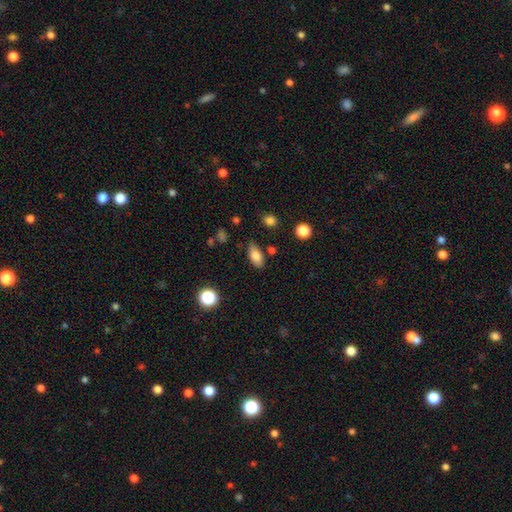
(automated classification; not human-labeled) Overall: smooth (82%). How rounded: in between (88%). Merging: none (76%).